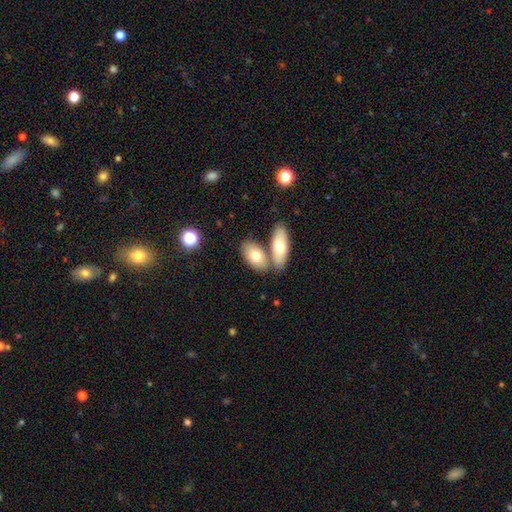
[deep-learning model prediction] Overall: smooth (71%). How rounded: in between (90%). Merging: none (50%; merger 38%).